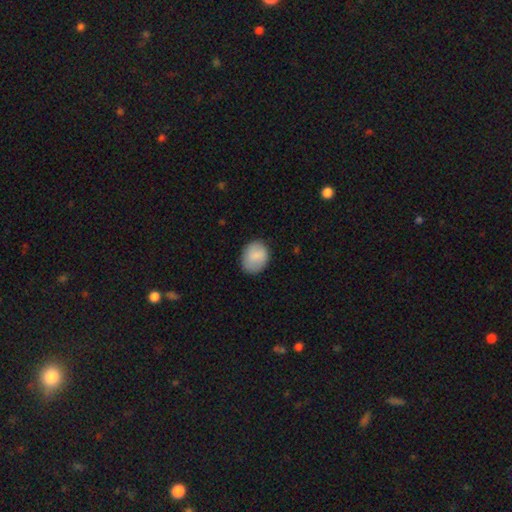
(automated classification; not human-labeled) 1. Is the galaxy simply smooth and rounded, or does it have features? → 84% smooth, 10% featured or disk, 7% star or artifact.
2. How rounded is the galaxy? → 54% in between, 45% round, 1% cigar-shaped.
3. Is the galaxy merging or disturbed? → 78% none, 17% minor disturbance, 4% major disturbance, 1% merger.